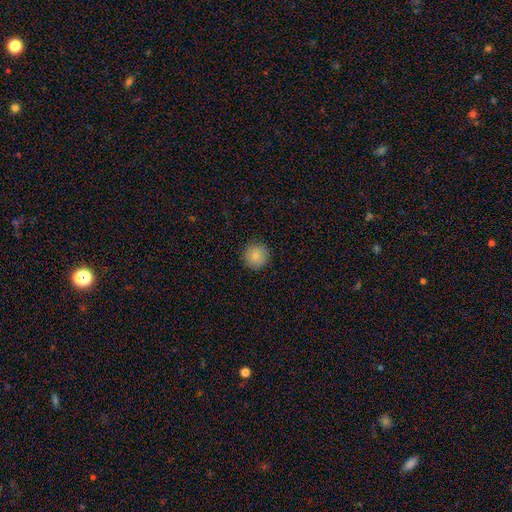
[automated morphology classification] Smooth or featured? smooth (84%)
How rounded? round (95%)
Merging? none (91%)